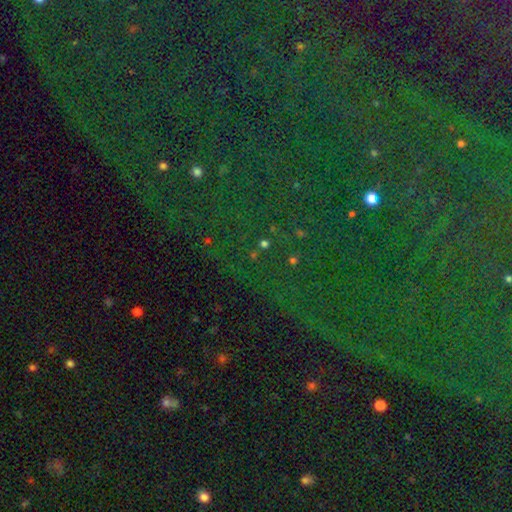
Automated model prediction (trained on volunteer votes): smooth-or-featured: star or artifact: 85% | smooth: 7% | featured or disk: 7%